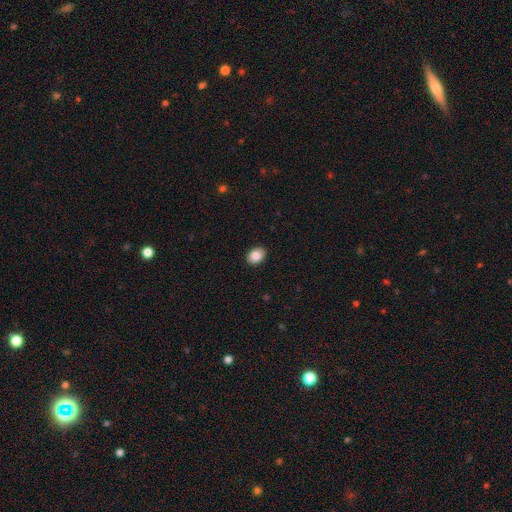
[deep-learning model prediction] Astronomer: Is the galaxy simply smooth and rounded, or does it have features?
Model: smooth — 87%.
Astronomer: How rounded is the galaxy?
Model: in between — 76%.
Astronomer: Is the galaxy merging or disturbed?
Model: none — 90%.